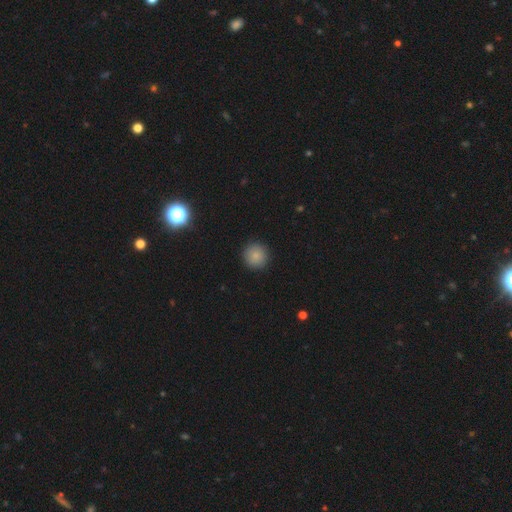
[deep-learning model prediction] Smooth or featured?
  - smooth: 85% *
  - star or artifact: 10%
  - featured or disk: 5%
How rounded?
  - round: 95% *
  - in between: 4%
  - cigar-shaped: 1%
Merging?
  - none: 92% *
  - minor disturbance: 5%
  - major disturbance: 2%
  - merger: 1%